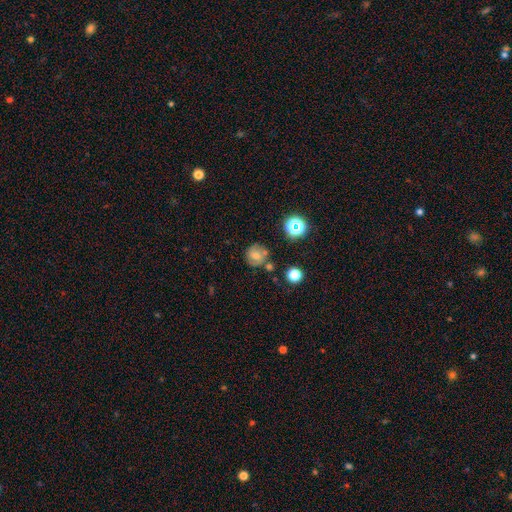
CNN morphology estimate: type=smooth (49%); merging=none (69%).